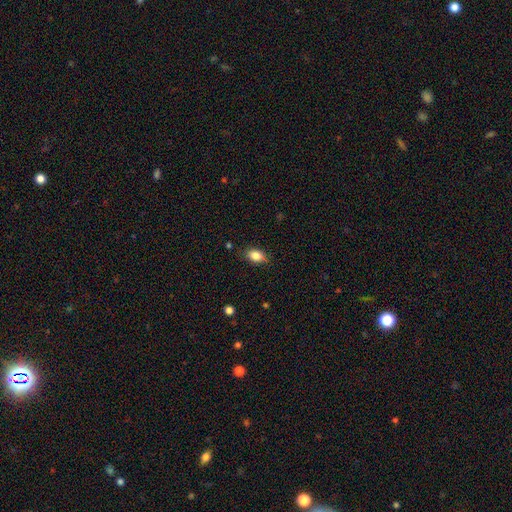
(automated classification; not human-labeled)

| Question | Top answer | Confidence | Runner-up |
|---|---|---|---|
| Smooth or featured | smooth | 85% | star or artifact (8%) |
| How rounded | in between | 83% | round (14%) |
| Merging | none | 81% | minor disturbance (15%) |